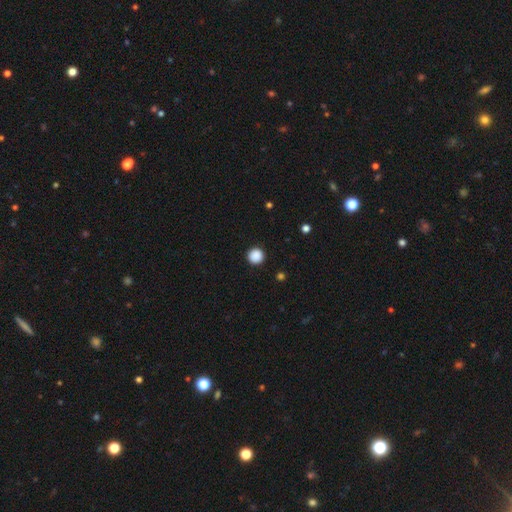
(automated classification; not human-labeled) Smooth or featured?
  - smooth: 88% *
  - star or artifact: 9%
  - featured or disk: 2%
How rounded?
  - round: 96% *
  - in between: 3%
  - cigar-shaped: 1%
Merging?
  - none: 93% *
  - minor disturbance: 4%
  - major disturbance: 2%
  - merger: 1%